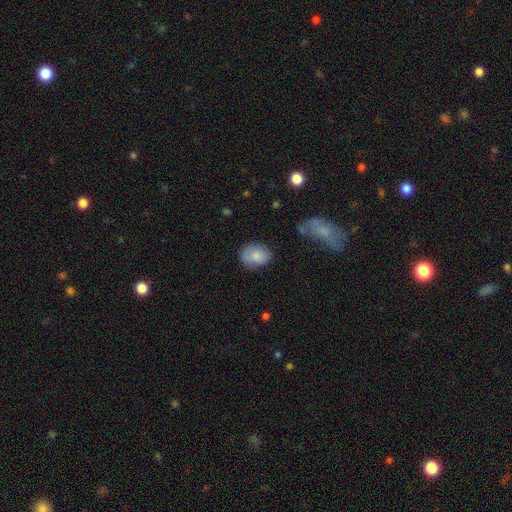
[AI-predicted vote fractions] The model was most divided on "how rounded": in between: 65%, round: 33%, cigar-shaped: 1%. More confident: smooth or featured — smooth (78%); merging — none (62%).